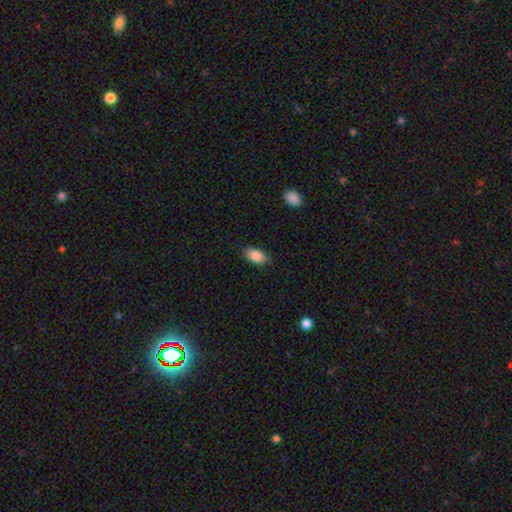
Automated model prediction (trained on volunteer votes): This appears to be a smooth galaxy with no disk features (88%) that is in between round and cigar-shaped (92%). Merging: none (85%).